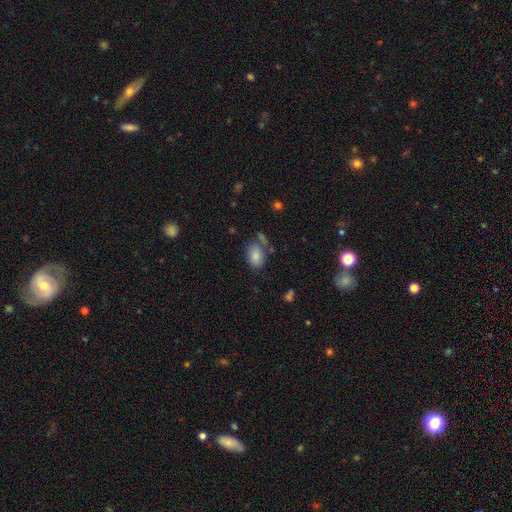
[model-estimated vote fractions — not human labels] Smooth or featured: smooth — 83% (star or artifact — 8%)
How rounded: in between — 80% (round — 19%)
Merging: none — 64% (minor disturbance — 18%)